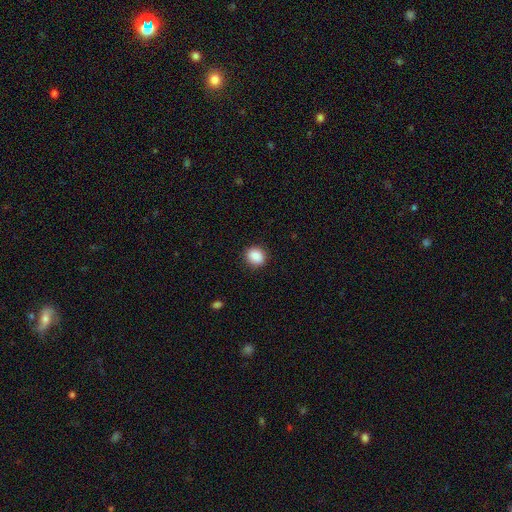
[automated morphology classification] smooth 87%, star or artifact 9%, featured or disk 4%. Down the decision tree: how rounded — round (81%); merging — none (90%).